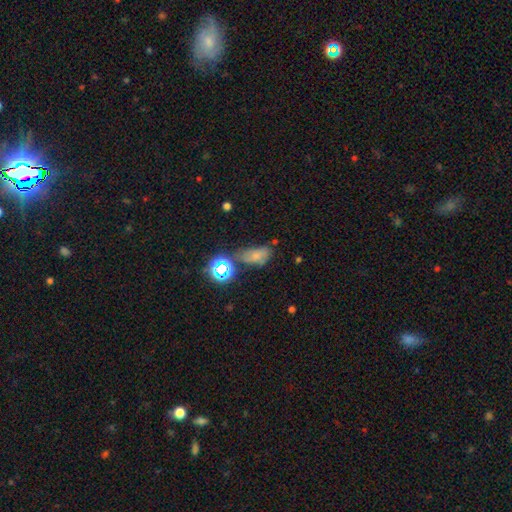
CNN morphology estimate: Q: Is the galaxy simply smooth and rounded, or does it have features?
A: smooth — 59%.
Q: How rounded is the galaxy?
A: in between — 83%.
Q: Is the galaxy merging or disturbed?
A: none — 44%.